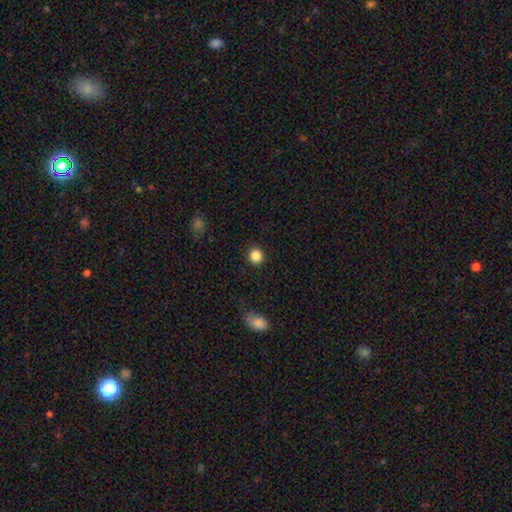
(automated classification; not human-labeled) Morphology: type=smooth (86%); roundness=round (91%); merging=none (91%).